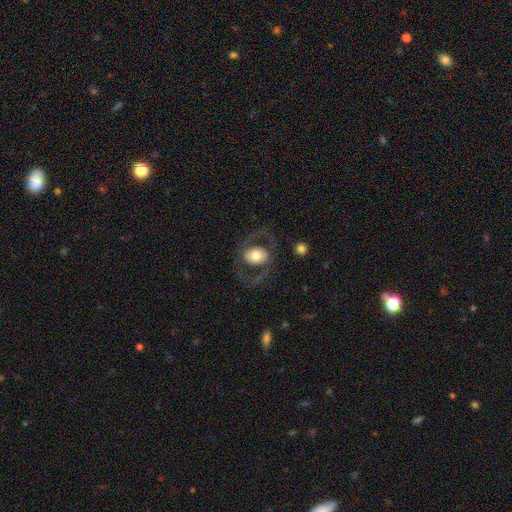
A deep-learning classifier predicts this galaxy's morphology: Smooth or featured: featured or disk — 58% (smooth — 36%)
Edge-on disk: no — 95% (yes — 5%)
Bar: no — 69% (weak — 21%)
Spiral arms: no — 52% (yes — 48%)
Bulge size: moderate — 56% (large — 32%)
Merging: none — 69% (major disturbance — 17%)